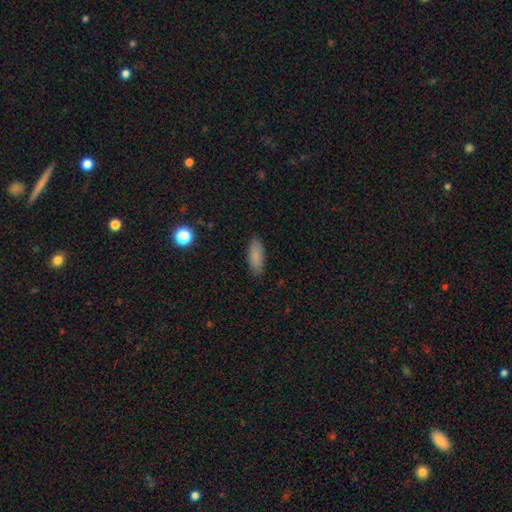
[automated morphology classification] This appears to be a smooth galaxy with no disk features (86%) that is in between round and cigar-shaped (79%). Merging: none (86%).